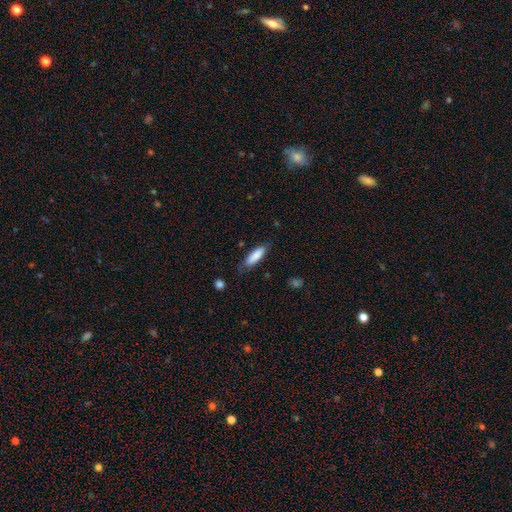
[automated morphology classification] smooth 86%, featured or disk 8%, star or artifact 6%. Down the decision tree: how rounded — in between (58%); merging — none (75%).